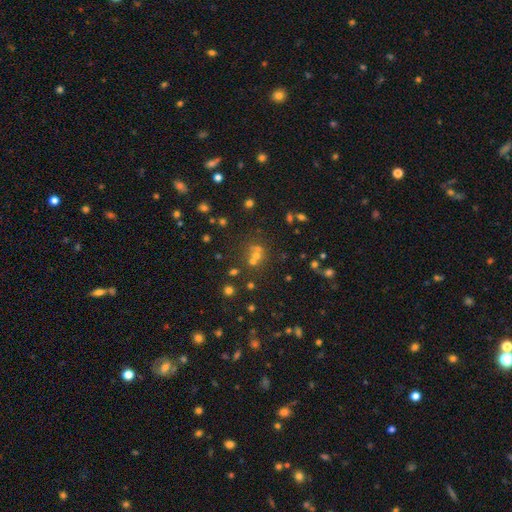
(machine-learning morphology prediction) Smooth or featured? Predicted: star or artifact (p=0.44).